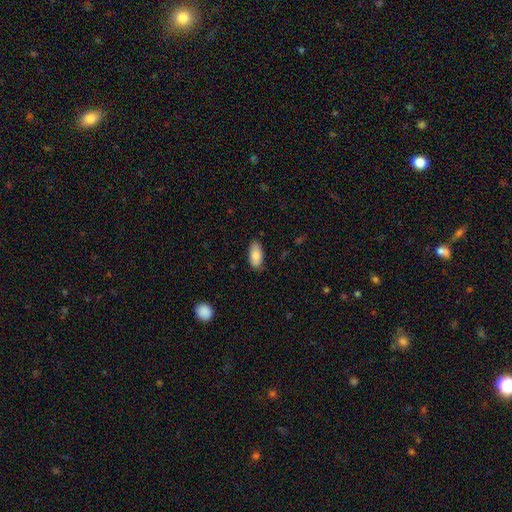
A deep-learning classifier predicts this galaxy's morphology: The model was most divided on "merging": none: 84%, minor disturbance: 13%, major disturbance: 2%, merger: 1%. More confident: how rounded — in between (92%); smooth or featured — smooth (85%).